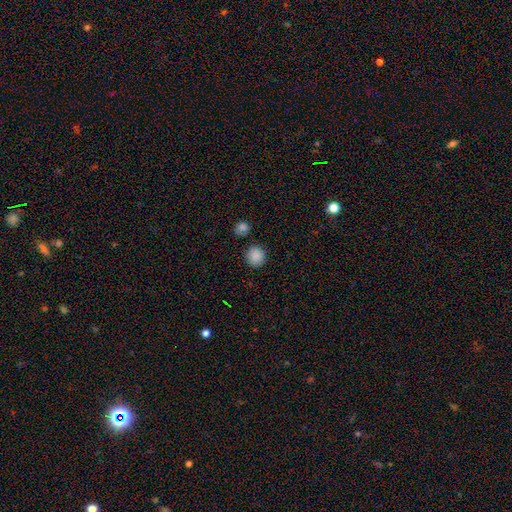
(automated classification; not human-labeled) A smooth galaxy with no disk features (87%) that is round (92%). Merging: none (87%).